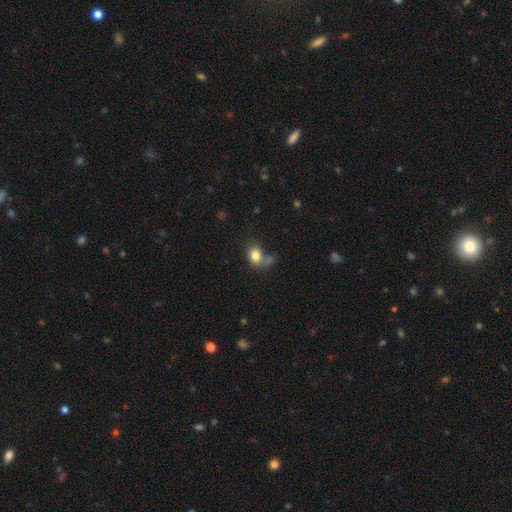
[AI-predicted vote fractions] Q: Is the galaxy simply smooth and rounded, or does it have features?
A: smooth — 80%.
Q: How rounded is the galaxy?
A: in between — 59%.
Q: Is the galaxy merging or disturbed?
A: none — 42%.